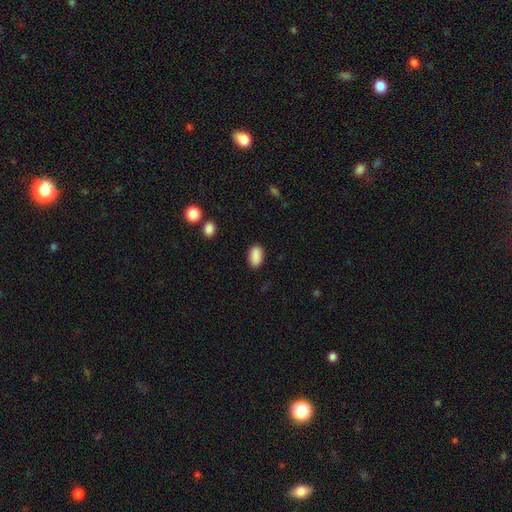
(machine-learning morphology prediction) smooth-or-featured: smooth: 90% | star or artifact: 7% | featured or disk: 3%
  how-rounded: in between: 92% | round: 6% | cigar-shaped: 2%
  merging: none: 88% | minor disturbance: 9% | major disturbance: 2% | merger: 1%